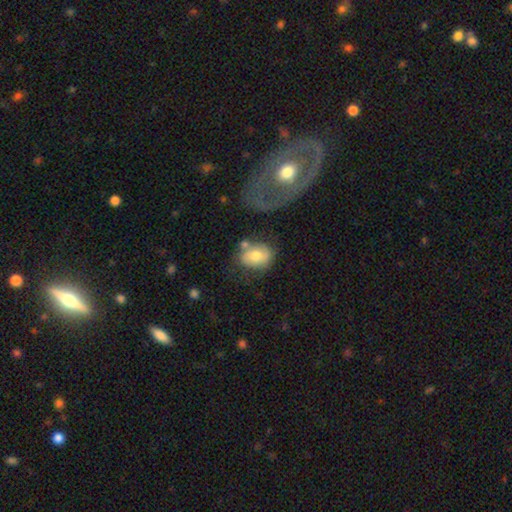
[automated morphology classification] The model was most divided on "how rounded": in between: 65%, round: 33%, cigar-shaped: 1%. More confident: smooth or featured — smooth (67%); merging — none (54%).